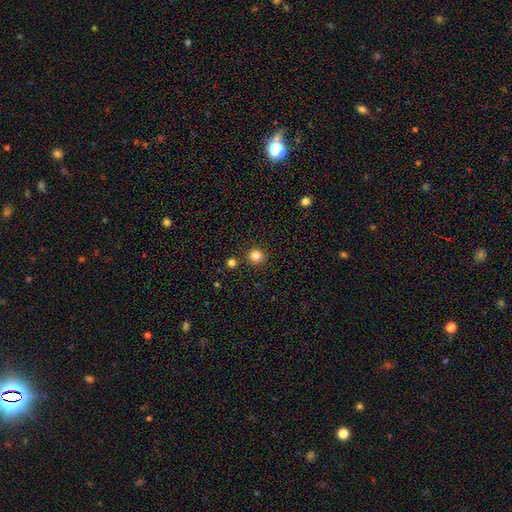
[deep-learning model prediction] Q: Smooth or featured?
A: smooth (83%); runner-up: star or artifact (13%)
Q: How rounded?
A: round (93%); runner-up: in between (6%)
Q: Merging?
A: none (90%); runner-up: minor disturbance (5%)